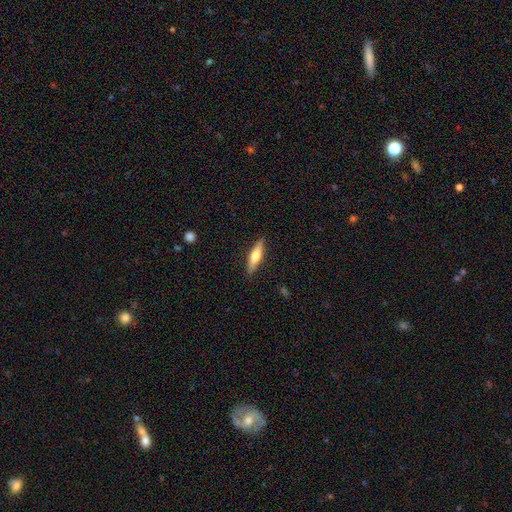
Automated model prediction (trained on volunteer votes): Morphology: type=smooth (53%); roundness=cigar-shaped (73%); merging=none (89%).